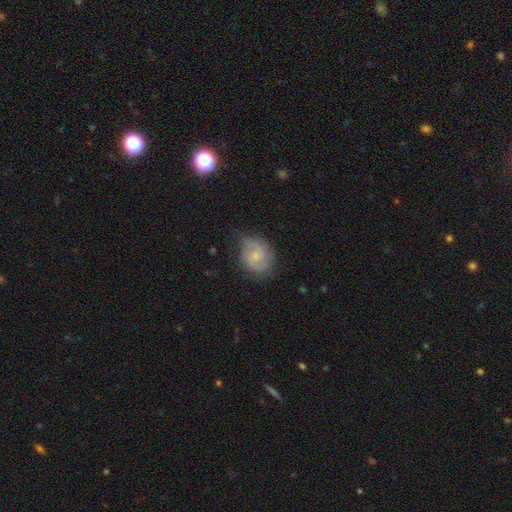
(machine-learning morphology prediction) Smooth or featured? featured or disk (58%)
Edge-on disk? no (98%)
Bar? no (55%)
Spiral arms? yes (88%)
Spiral winding? medium (47%)
Spiral arm count? 2 (77%)
Bulge size? small (62%)
Merging? none (67%)